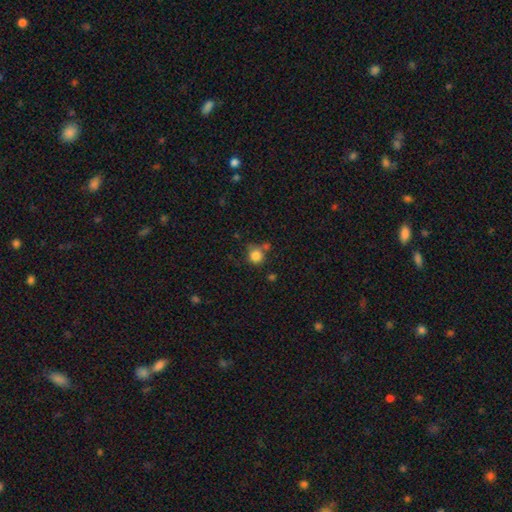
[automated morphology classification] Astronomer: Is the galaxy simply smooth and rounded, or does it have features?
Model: smooth — 83%.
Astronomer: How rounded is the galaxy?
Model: round — 89%.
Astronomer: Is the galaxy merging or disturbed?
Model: none — 63%.